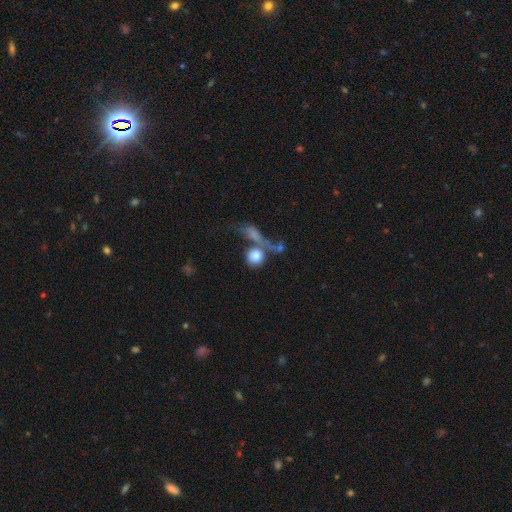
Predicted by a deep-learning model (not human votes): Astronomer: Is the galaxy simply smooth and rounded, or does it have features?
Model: smooth — 75%.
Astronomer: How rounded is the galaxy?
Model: round — 82%.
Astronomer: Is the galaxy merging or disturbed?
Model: none — 38% (runner-up: merger, 36%).